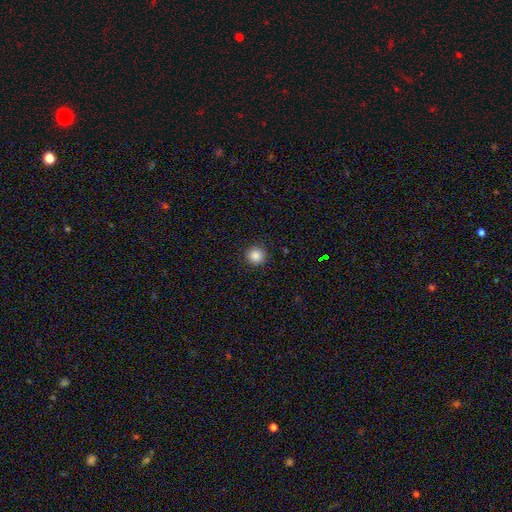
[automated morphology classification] A smooth galaxy with no disk features (87%) that is round (94%). Merging: none (92%).